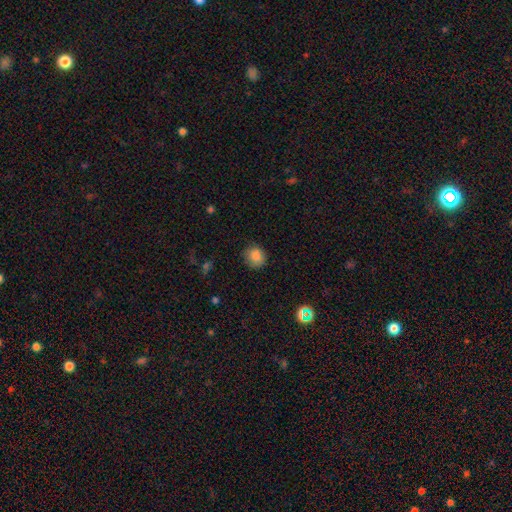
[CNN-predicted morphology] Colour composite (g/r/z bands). It shows a smooth galaxy with no disk features (85%) that is round (82%). Merging: none (82%).